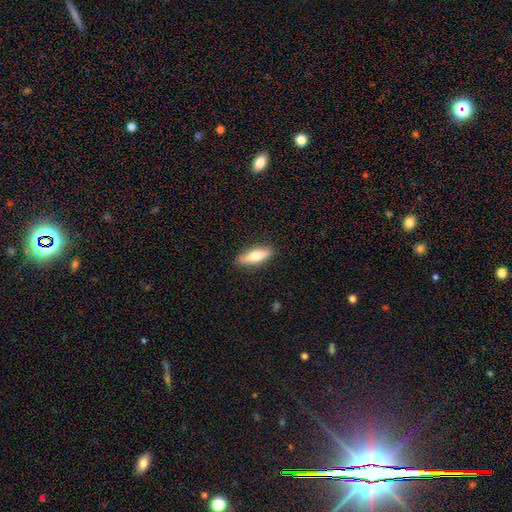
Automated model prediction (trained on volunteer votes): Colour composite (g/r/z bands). It shows a smooth galaxy with no disk features (61%) that is cigar-shaped (50%). Merging: none (89%).